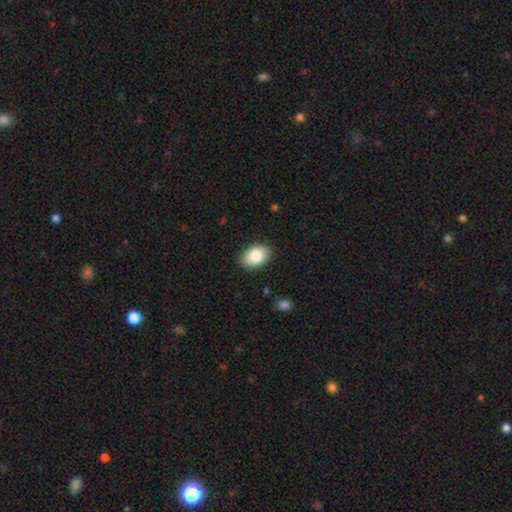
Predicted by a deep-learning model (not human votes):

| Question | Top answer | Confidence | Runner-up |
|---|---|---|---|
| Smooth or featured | smooth | 85% | featured or disk (8%) |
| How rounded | in between | 84% | round (15%) |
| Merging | none | 87% | minor disturbance (10%) |